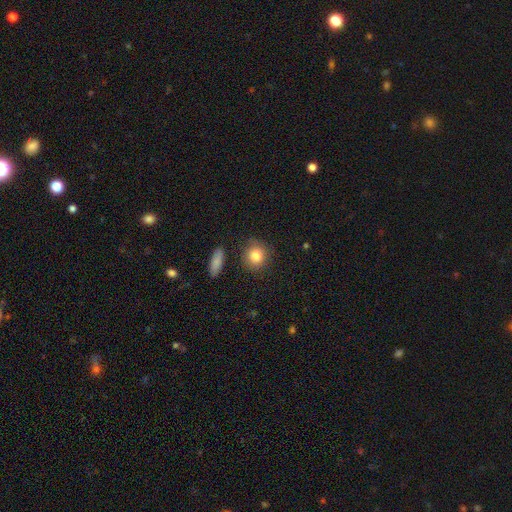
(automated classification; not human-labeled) Smooth or featured? Predicted: smooth (p=0.82). How rounded? Predicted: round (p=0.83). Merging? Predicted: none (p=0.84).